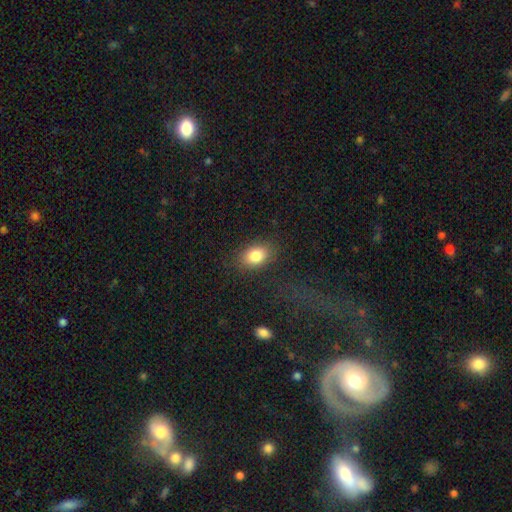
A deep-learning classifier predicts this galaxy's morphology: The model was most divided on "how rounded": in between: 80%, round: 18%, cigar-shaped: 1%. More confident: smooth or featured — smooth (83%); merging — none (83%).